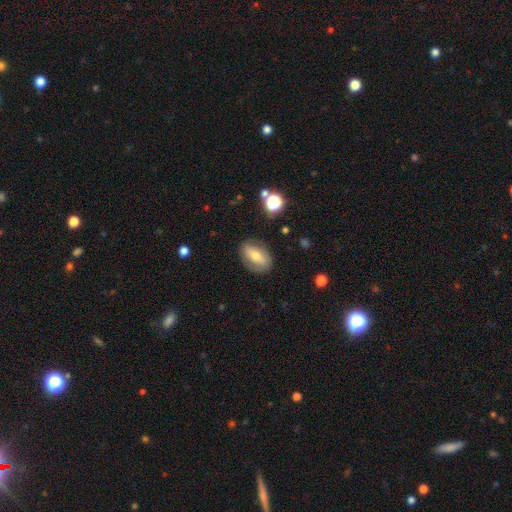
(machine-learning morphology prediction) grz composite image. It shows a smooth galaxy with no disk features (51%) that is in between round and cigar-shaped (83%). Merging: none (79%).